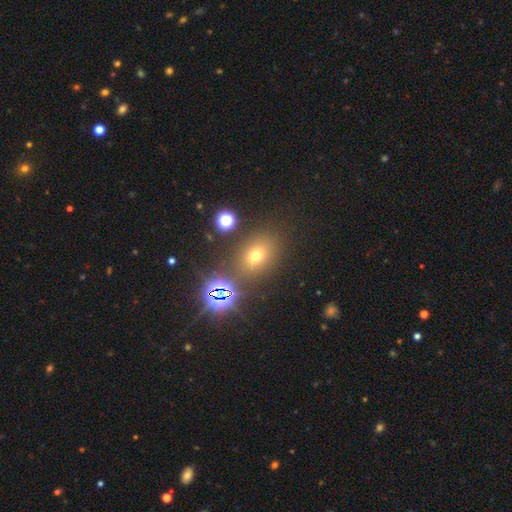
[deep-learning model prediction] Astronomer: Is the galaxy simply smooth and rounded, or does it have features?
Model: smooth — 59%.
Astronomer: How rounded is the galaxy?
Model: in between — 57% (runner-up: round, 41%).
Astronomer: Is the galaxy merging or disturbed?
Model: none — 79%.